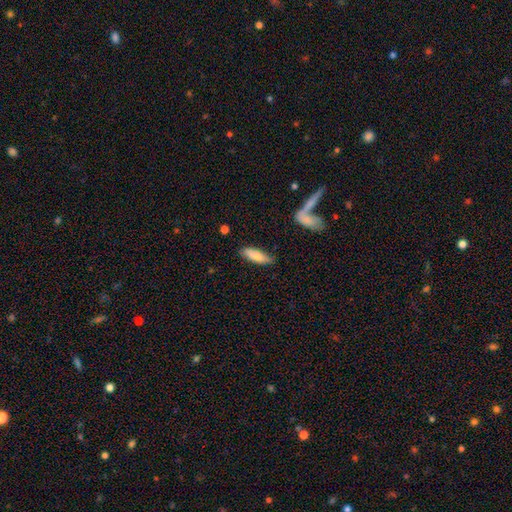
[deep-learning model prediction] This is clearly a smooth galaxy (80%). How rounded: possibly in between (53%). Merging: likely none (76%).